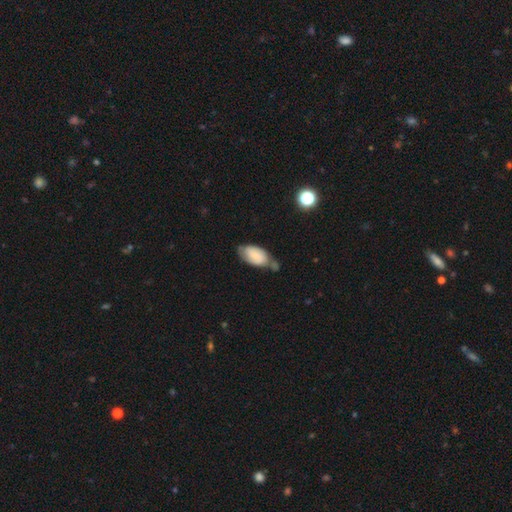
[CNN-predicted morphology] Smooth or featured: smooth — 56% (featured or disk — 37%)
How rounded: in between — 92% (round — 4%)
Merging: none — 41% (minor disturbance — 30%)